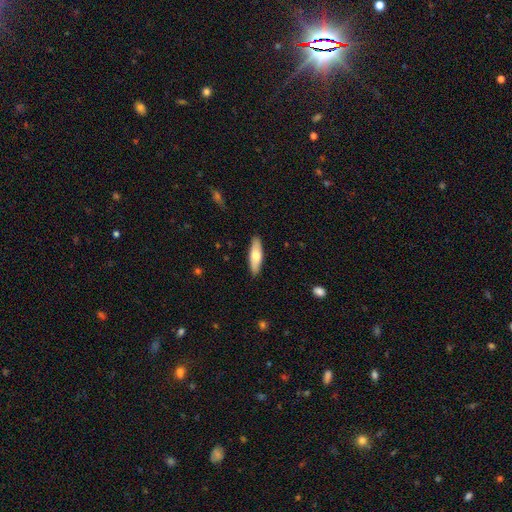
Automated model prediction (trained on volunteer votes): This is likely a smooth galaxy (68%). How rounded: possibly cigar-shaped (53%). Merging: clearly none (89%).